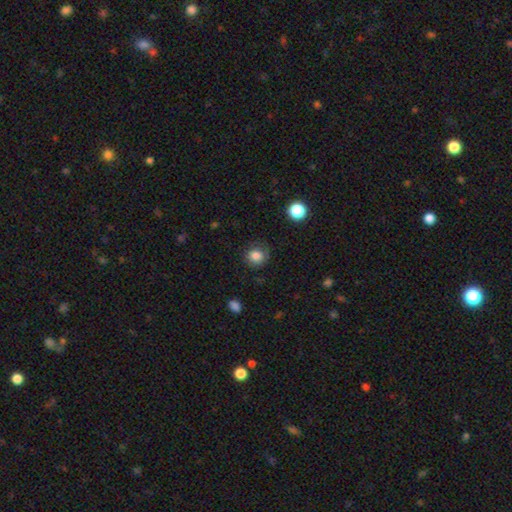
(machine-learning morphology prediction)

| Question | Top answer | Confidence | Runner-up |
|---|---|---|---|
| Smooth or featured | smooth | 83% | star or artifact (11%) |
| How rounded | round | 84% | in between (15%) |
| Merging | none | 78% | minor disturbance (15%) |